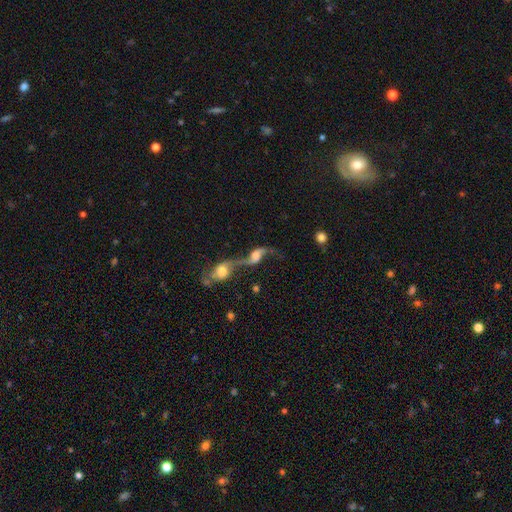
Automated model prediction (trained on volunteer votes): smooth-or-featured: featured or disk: 71% | smooth: 19% | star or artifact: 10%
  disk-edge-on: no: 92% | yes: 8%
    bar: no: 53% | weak: 35% | strong: 12%
    has-spiral-arms: yes: 88% | no: 12%
      spiral-winding: loose: 88% | medium: 9% | tight: 3%
      spiral-arm-count: 2: 87% | 1: 7% | can't tell: 3% | 3: 1% | 4: 1% | more than 4: 1%
    bulge-size: moderate: 45% | small: 21% | large: 21% | none: 9% | dominant: 4%
  merging: merger: 69% | none: 15% | major disturbance: 9% | minor disturbance: 6%